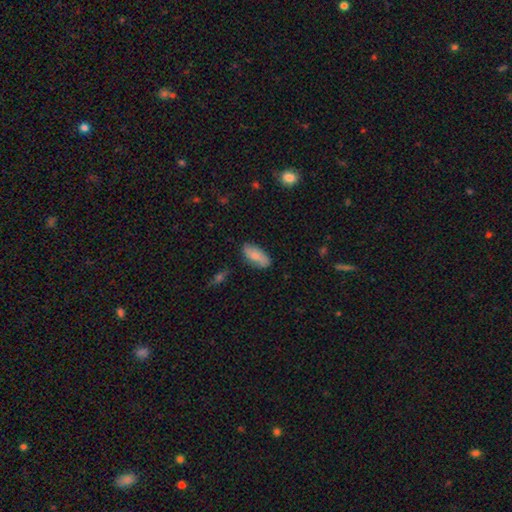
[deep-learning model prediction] This appears to be a smooth galaxy with no disk features (76%) that is in between round and cigar-shaped (86%). Merging: none (75%).